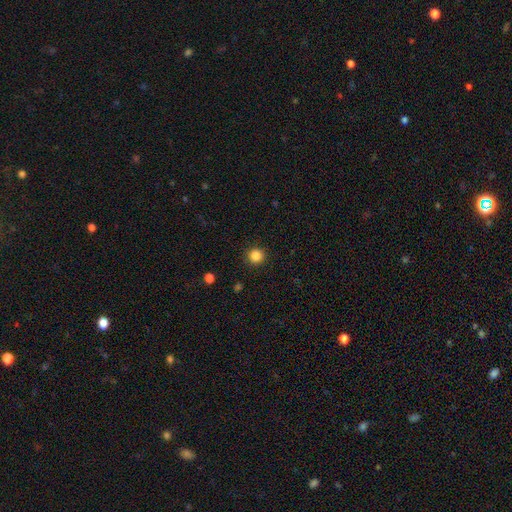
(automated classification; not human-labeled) Morphology: type=smooth (85%); roundness=round (94%); merging=none (92%).